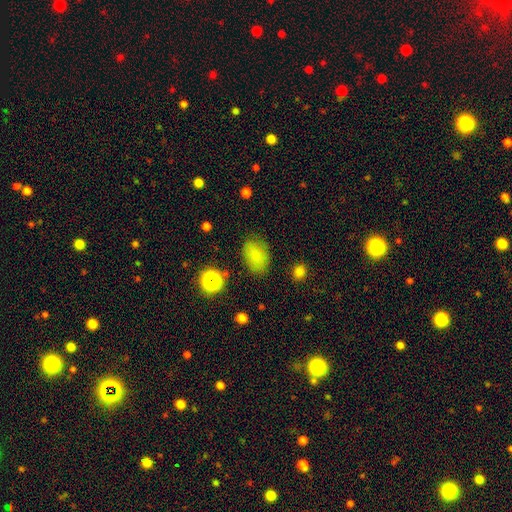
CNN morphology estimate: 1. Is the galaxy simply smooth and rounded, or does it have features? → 81% smooth, 12% star or artifact, 7% featured or disk.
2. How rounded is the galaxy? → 83% in between, 16% round, 1% cigar-shaped.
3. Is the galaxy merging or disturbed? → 79% none, 14% minor disturbance, 5% major disturbance, 2% merger.